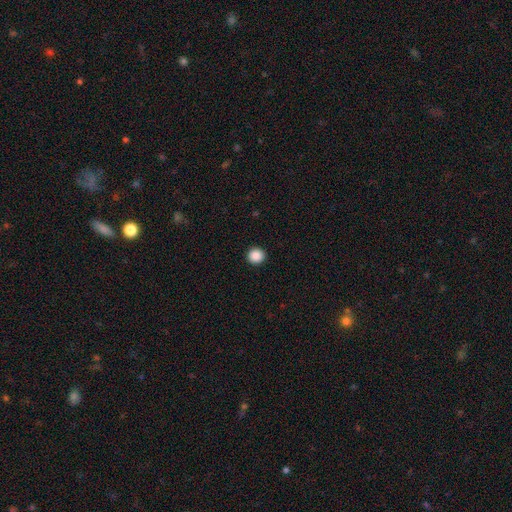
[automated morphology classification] smooth-or-featured: smooth: 88% | star or artifact: 9% | featured or disk: 2%
  how-rounded: round: 94% | in between: 5% | cigar-shaped: 1%
  merging: none: 93% | minor disturbance: 4% | major disturbance: 1% | merger: 1%